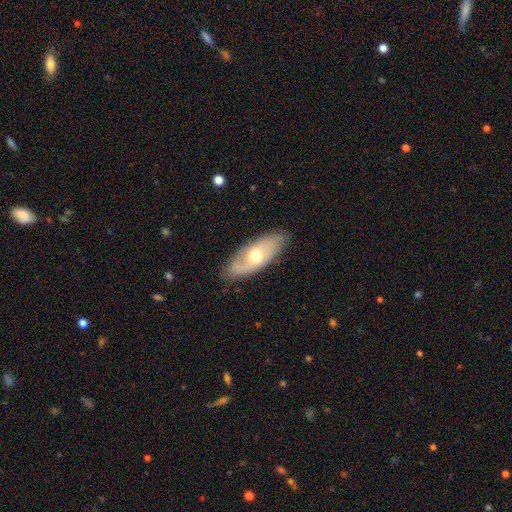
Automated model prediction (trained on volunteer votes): Smooth or featured: smooth — 47% (tied with featured or disk — 47%)
Merging: none — 80% (minor disturbance — 15%)